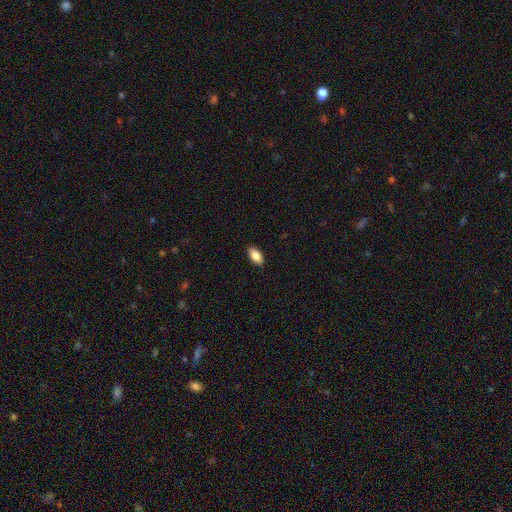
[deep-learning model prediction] Q: Smooth or featured?
A: smooth (86%); runner-up: featured or disk (7%)
Q: How rounded?
A: in between (92%); runner-up: cigar-shaped (5%)
Q: Merging?
A: none (89%); runner-up: minor disturbance (8%)